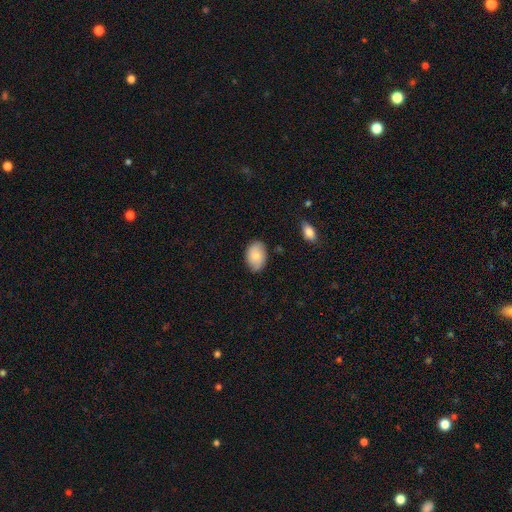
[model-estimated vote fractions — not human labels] smooth-or-featured: smooth: 75% | featured or disk: 18% | star or artifact: 7%
  how-rounded: in between: 84% | round: 15% | cigar-shaped: 1%
  merging: none: 79% | minor disturbance: 16% | major disturbance: 3% | merger: 2%